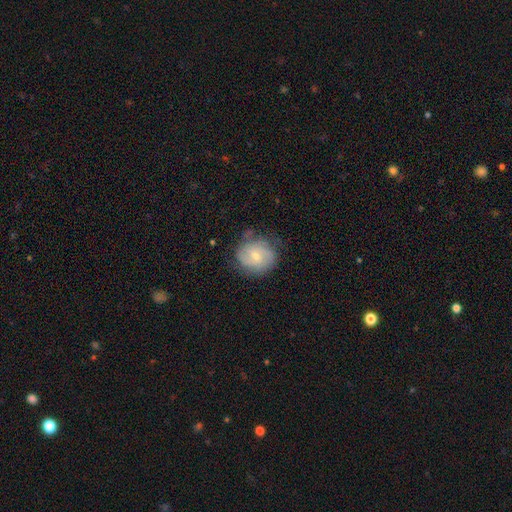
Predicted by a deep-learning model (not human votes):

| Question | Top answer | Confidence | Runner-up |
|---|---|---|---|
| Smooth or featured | featured or disk | 58% | smooth (35%) |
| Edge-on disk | no | 98% | yes (2%) |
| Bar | weak | 48% | no (44%) |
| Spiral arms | yes | 86% | no (14%) |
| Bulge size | small | 60% | moderate (35%) |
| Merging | none | 70% | minor disturbance (21%) |